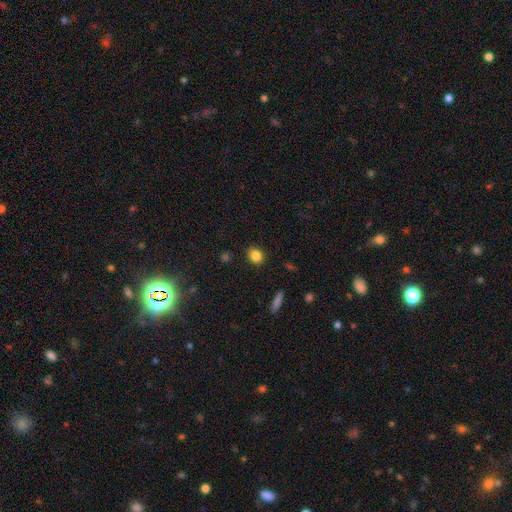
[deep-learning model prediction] Smooth or featured?
  - smooth: 84% *
  - star or artifact: 10%
  - featured or disk: 6%
How rounded?
  - round: 53% *
  - in between: 46%
  - cigar-shaped: 1%
Merging?
  - none: 89% *
  - minor disturbance: 8%
  - major disturbance: 2%
  - merger: 1%